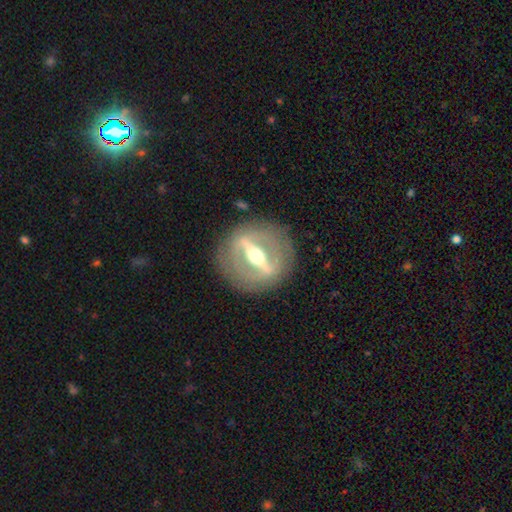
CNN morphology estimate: featured or disk 86%, smooth 8%, star or artifact 6%. Down the decision tree: edge-on disk — no (53%); merging — none (87%).